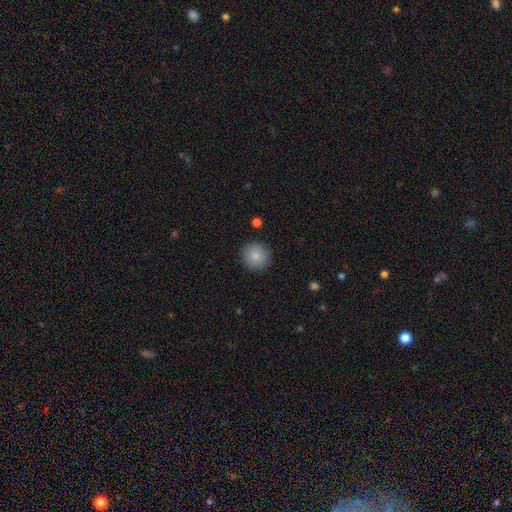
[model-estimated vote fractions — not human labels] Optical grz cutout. It shows a smooth galaxy with no disk features (86%) that is round (94%). Merging: none (90%).